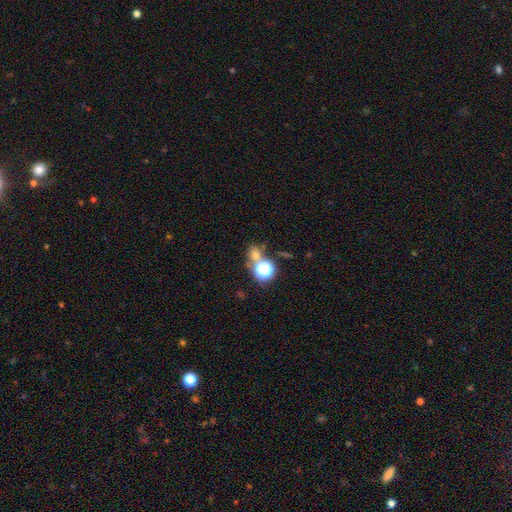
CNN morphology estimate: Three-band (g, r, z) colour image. It shows a smooth galaxy with no disk features (56%) that is round (73%). Merging: none (59%).